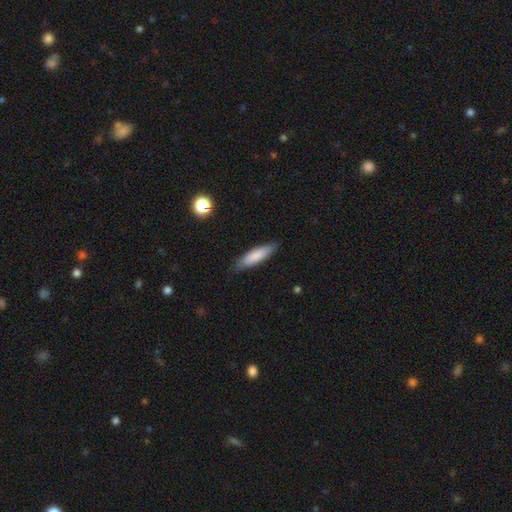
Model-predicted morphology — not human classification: Overall: smooth (82%). How rounded: cigar-shaped (66%; in between 33%). Merging: none (85%).